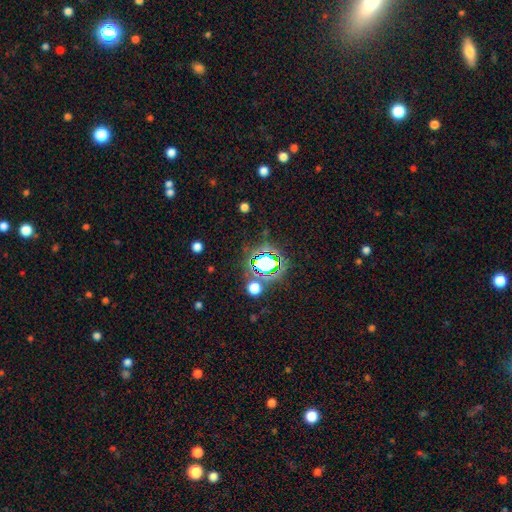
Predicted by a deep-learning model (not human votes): A star or artifact, not a galaxy (65%).